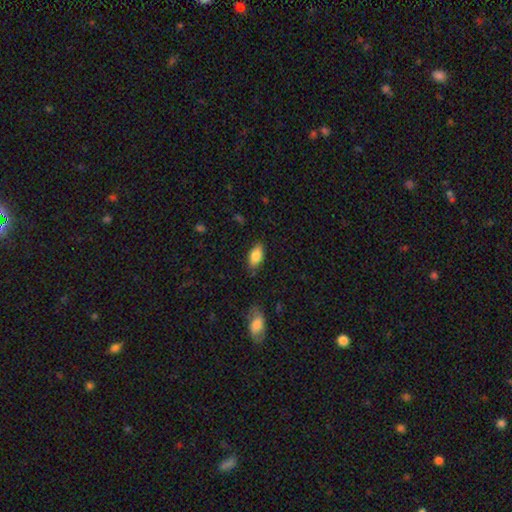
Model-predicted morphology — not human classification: A smooth galaxy with no disk features (82%) that is in between round and cigar-shaped (91%). Merging: none (82%).